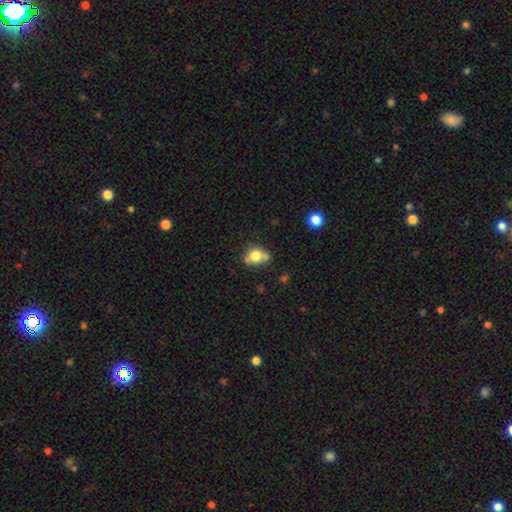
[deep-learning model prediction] Overall: smooth (73%). How rounded: round (61%; in between 38%). Merging: none (51%; merger 22%).